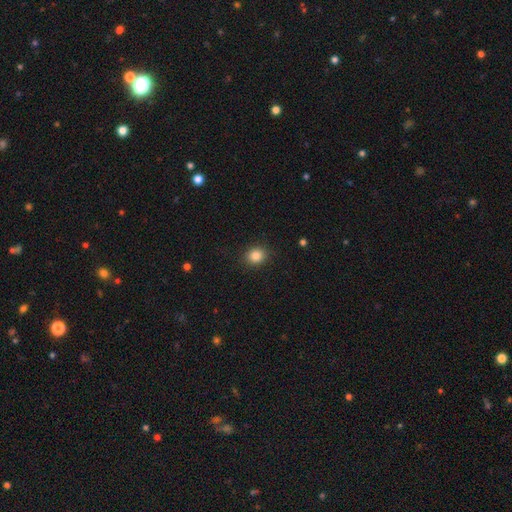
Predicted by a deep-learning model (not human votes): Overall: smooth (85%). How rounded: round (71%). Merging: none (89%).